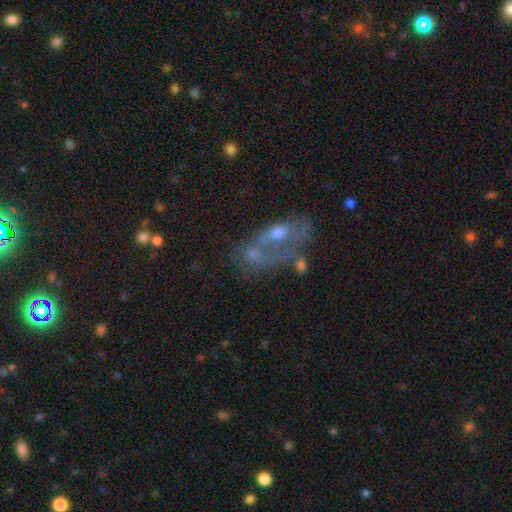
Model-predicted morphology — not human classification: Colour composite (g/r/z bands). It shows a featured or disk galaxy (49%). Merging: major disturbance (33%).